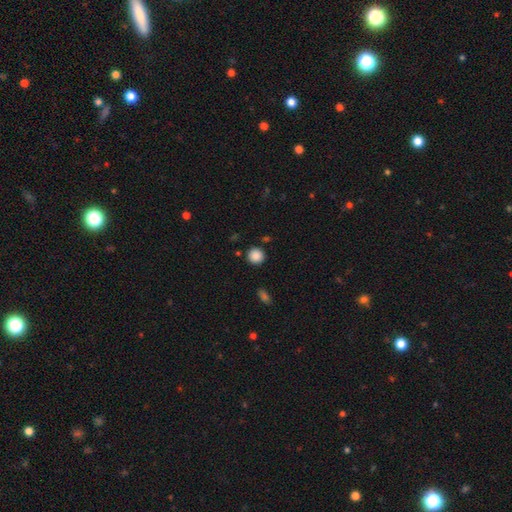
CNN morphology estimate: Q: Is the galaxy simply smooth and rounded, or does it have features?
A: smooth — 88%.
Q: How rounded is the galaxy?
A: round — 92%.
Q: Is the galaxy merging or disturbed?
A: none — 89%.